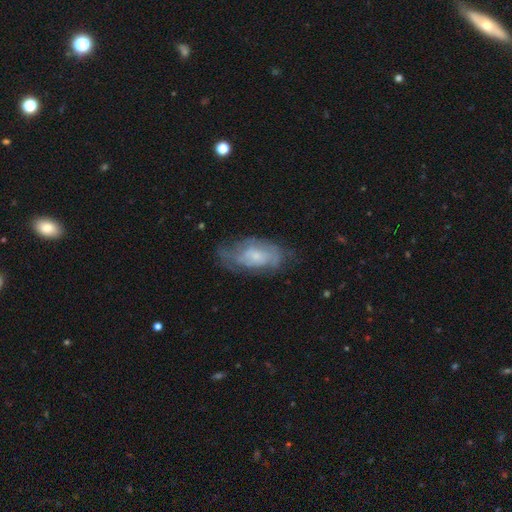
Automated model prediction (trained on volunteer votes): Q: Smooth or featured?
A: featured or disk (68%); runner-up: smooth (24%)
Q: Edge-on disk?
A: no (93%); runner-up: yes (7%)
Q: Bar?
A: no (69%); runner-up: weak (26%)
Q: Spiral arms?
A: yes (83%); runner-up: no (17%)
Q: Spiral winding?
A: tight (53%); runner-up: medium (35%)
Q: Spiral arm count?
A: can't tell (49%); runner-up: 2 (29%)
Q: Bulge size?
A: small (60%); runner-up: moderate (28%)
Q: Merging?
A: none (64%); runner-up: minor disturbance (23%)